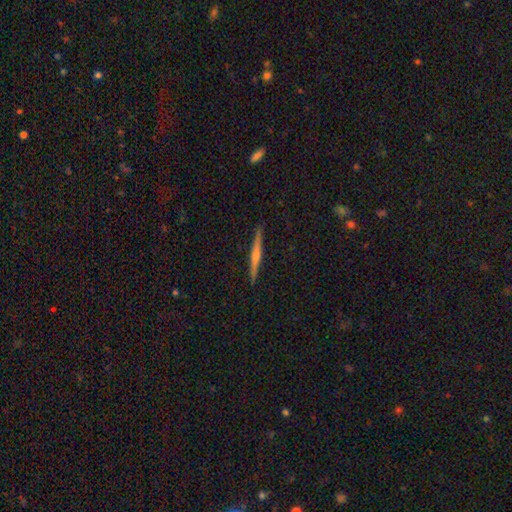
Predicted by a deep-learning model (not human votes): Q: Smooth or featured?
A: featured or disk (73%); runner-up: smooth (19%)
Q: Edge-on disk?
A: yes (98%); runner-up: no (2%)
Q: Edge-on bulge?
A: rounded (80%); runner-up: none (13%)
Q: Merging?
A: none (91%); runner-up: minor disturbance (7%)